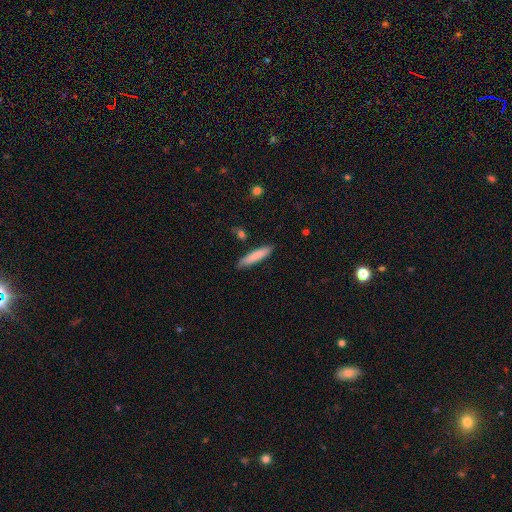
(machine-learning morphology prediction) smooth 81%, featured or disk 13%, star or artifact 6%. Down the decision tree: how rounded — cigar-shaped (86%); merging — none (85%).